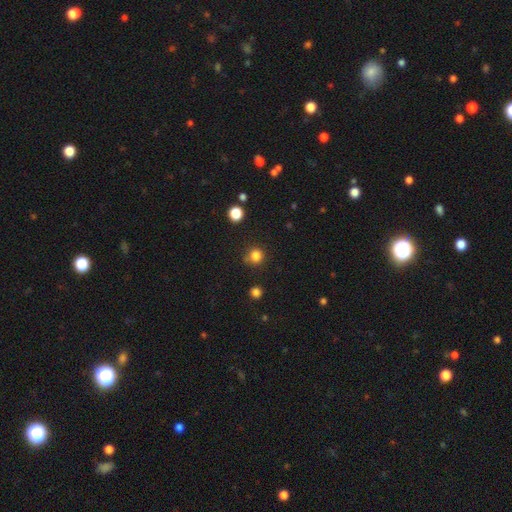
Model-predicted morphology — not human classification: Smooth or featured? smooth (82%)
How rounded? round (90%)
Merging? none (80%)